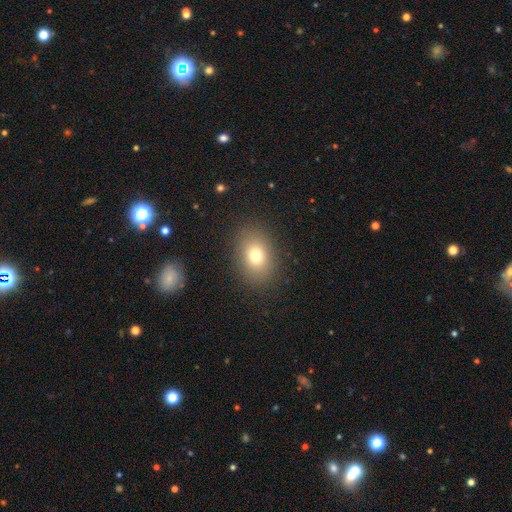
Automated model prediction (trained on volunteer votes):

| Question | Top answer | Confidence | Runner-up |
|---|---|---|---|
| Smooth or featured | smooth | 75% | star or artifact (13%) |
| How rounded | in between | 65% | round (34%) |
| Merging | none | 87% | minor disturbance (8%) |